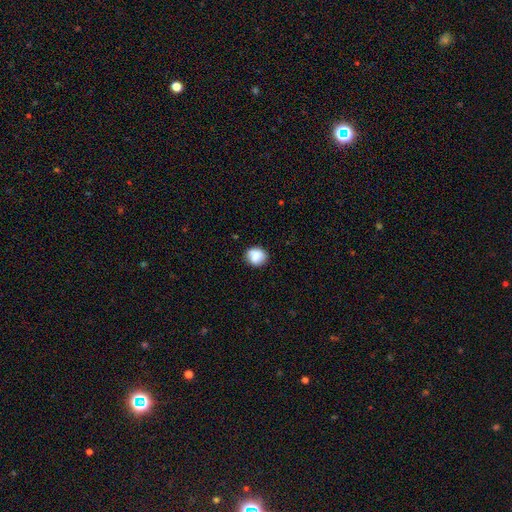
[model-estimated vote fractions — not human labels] smooth-or-featured: smooth: 85% | star or artifact: 8% | featured or disk: 7%
  how-rounded: round: 77% | in between: 22% | cigar-shaped: 1%
  merging: none: 80% | minor disturbance: 15% | major disturbance: 3% | merger: 2%